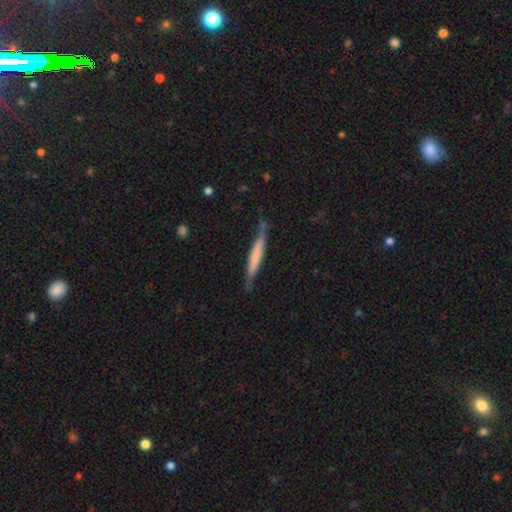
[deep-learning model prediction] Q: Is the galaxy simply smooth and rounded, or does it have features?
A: smooth — 51%.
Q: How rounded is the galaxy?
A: cigar-shaped — 95%.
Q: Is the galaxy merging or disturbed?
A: none — 74%.